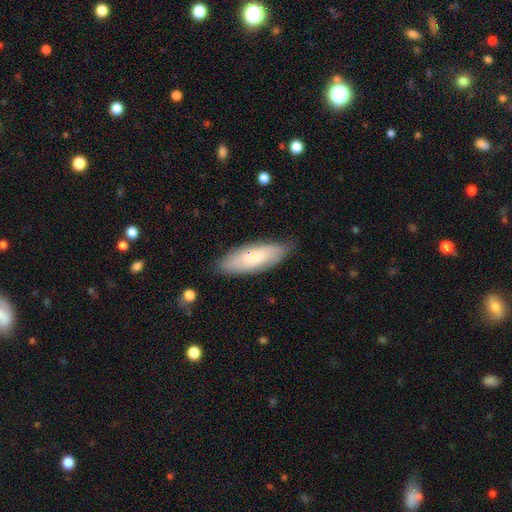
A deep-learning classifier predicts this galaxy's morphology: Smooth or featured? Predicted: smooth (p=0.71). How rounded? Predicted: in between (p=0.72). Merging? Predicted: none (p=0.76).